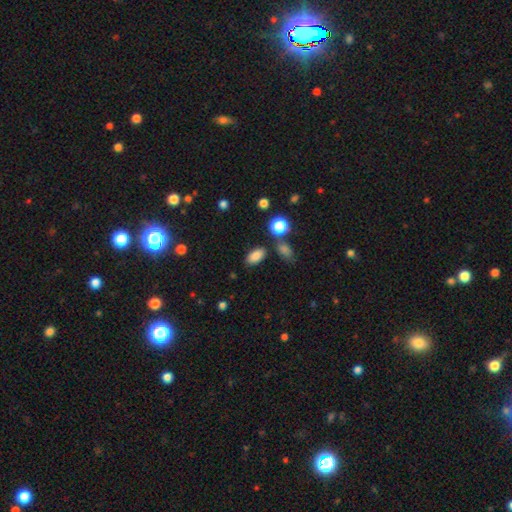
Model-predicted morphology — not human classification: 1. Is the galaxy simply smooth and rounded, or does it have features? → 84% smooth, 10% star or artifact, 6% featured or disk.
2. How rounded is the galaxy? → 91% in between, 6% round, 3% cigar-shaped.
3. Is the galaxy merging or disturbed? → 79% none, 11% minor disturbance, 6% merger, 3% major disturbance.